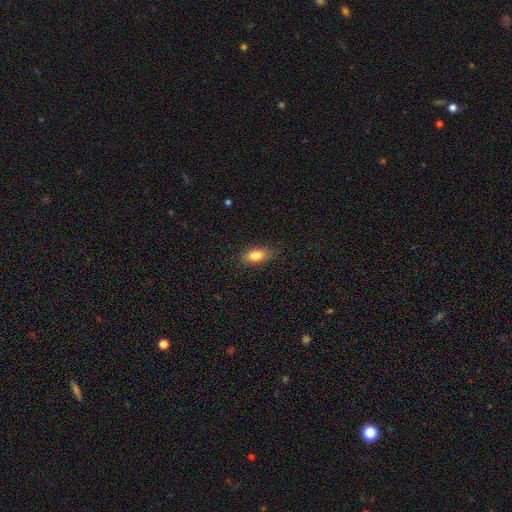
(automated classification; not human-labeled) This is clearly a smooth galaxy (80%). How rounded: clearly in between (82%). Merging: clearly none (83%).